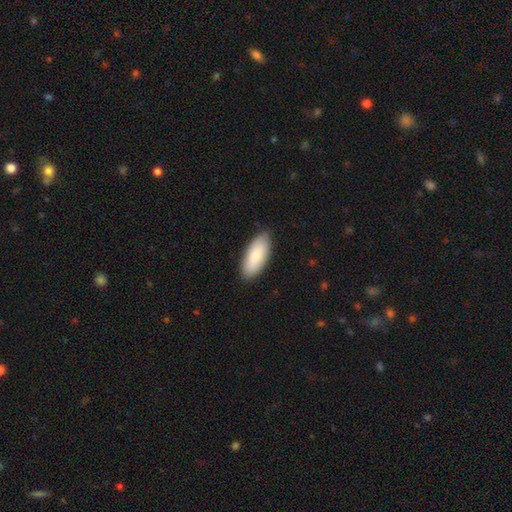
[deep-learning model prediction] smooth-or-featured: smooth: 80% | featured or disk: 15% | star or artifact: 5%
  how-rounded: in between: 87% | cigar-shaped: 11% | round: 2%
  merging: none: 86% | minor disturbance: 11% | major disturbance: 2% | merger: 1%